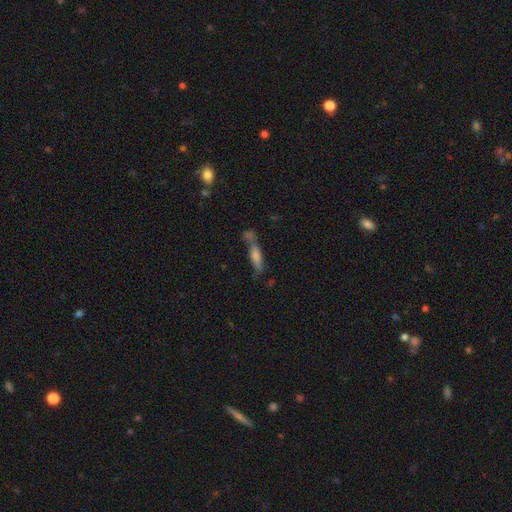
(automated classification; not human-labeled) Overall: smooth (59%; featured or disk 30%). How rounded: cigar-shaped (69%). Merging: none (44%; merger 33%).